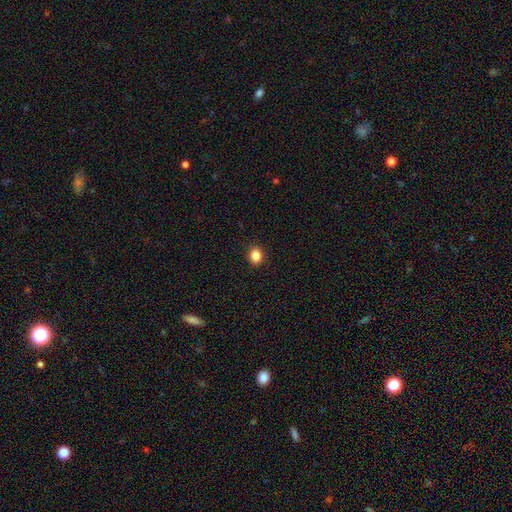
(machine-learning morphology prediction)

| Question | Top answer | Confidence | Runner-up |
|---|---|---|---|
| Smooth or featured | smooth | 85% | star or artifact (11%) |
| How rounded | round | 63% | in between (36%) |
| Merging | none | 91% | minor disturbance (6%) |